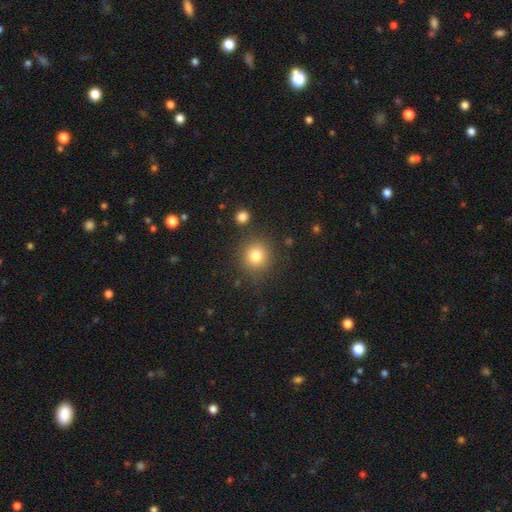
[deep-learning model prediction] Q: Smooth or featured?
A: smooth (80%); runner-up: star or artifact (12%)
Q: How rounded?
A: round (88%); runner-up: in between (11%)
Q: Merging?
A: none (85%); runner-up: minor disturbance (9%)